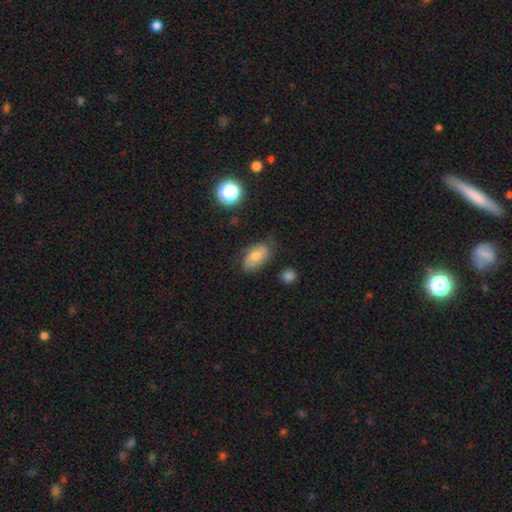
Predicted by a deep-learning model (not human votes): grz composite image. It shows a smooth galaxy with no disk features (53%) that is in between round and cigar-shaped (89%). Merging: none (65%).